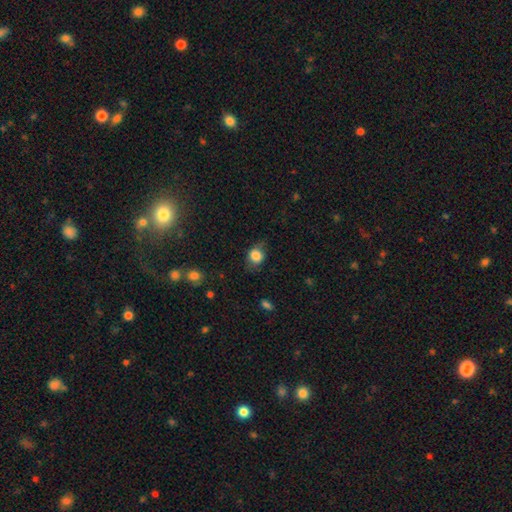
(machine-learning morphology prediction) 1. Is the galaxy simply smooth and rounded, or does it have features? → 80% smooth, 11% featured or disk, 9% star or artifact.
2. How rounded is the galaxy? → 66% round, 33% in between, 1% cigar-shaped.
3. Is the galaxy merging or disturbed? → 62% none, 27% minor disturbance, 9% major disturbance, 2% merger.